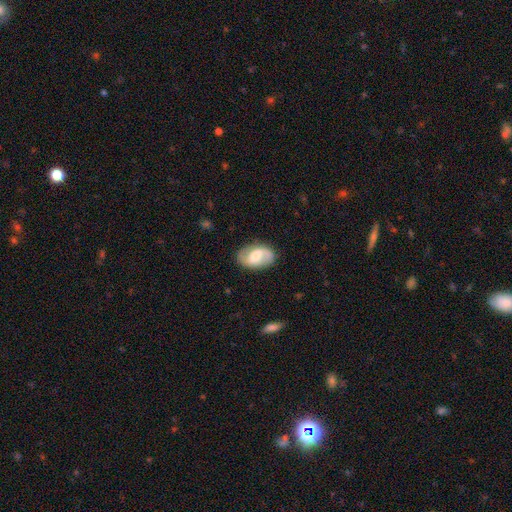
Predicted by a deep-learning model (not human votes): Smooth or featured? Predicted: featured or disk (p=0.66). Edge-on disk? Predicted: no (p=0.96). Bar? Predicted: weak (p=0.49). Spiral arms? Predicted: yes (p=0.86). Spiral winding? Predicted: medium (p=0.41, tied with loose). Spiral arm count? Predicted: 2 (p=0.86). Bulge size? Predicted: moderate (p=0.58). Merging? Predicted: none (p=0.81).